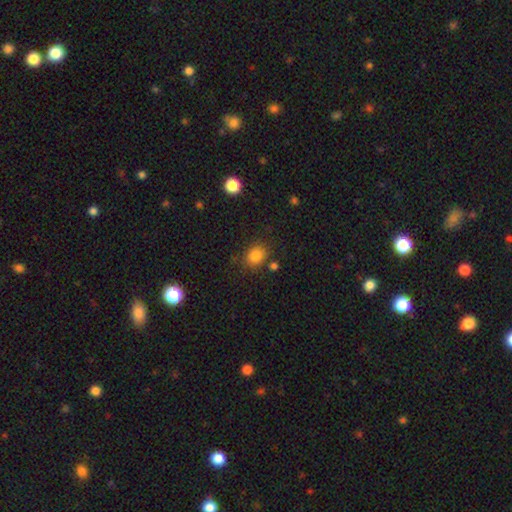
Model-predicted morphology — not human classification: Smooth or featured? smooth (82%)
How rounded? round (57%)
Merging? none (79%)